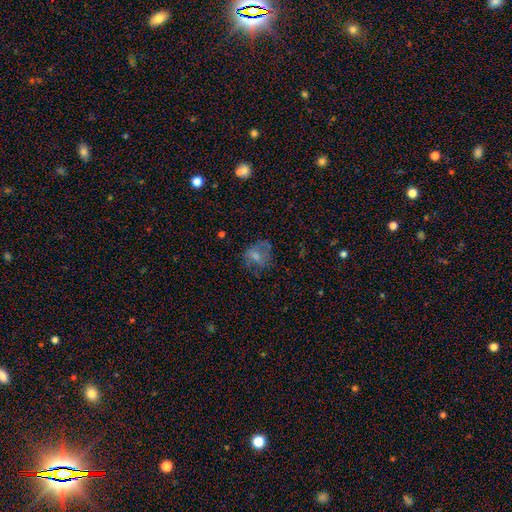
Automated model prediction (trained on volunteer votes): A smooth galaxy with no disk features (44%). Merging: none (56%).